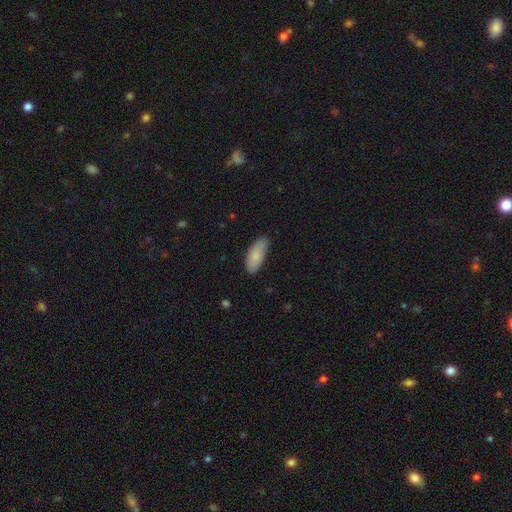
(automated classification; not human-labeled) smooth 85%, featured or disk 9%, star or artifact 6%. Down the decision tree: how rounded — in between (79%); merging — none (72%).